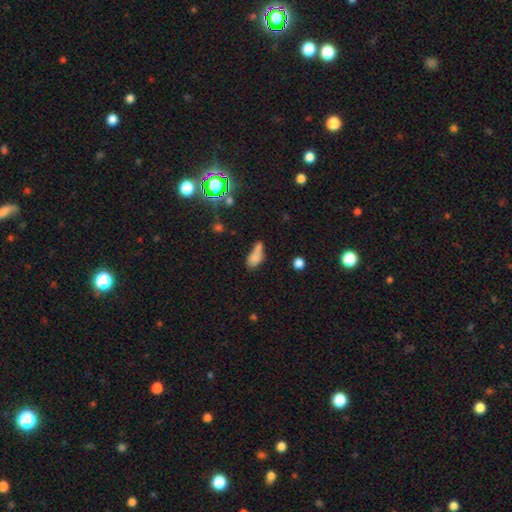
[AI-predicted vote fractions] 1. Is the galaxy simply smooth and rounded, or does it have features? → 71% smooth, 15% featured or disk, 15% star or artifact.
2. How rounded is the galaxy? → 77% in between, 14% cigar-shaped, 9% round.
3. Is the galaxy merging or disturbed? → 35% merger, 30% none, 21% minor disturbance, 13% major disturbance.